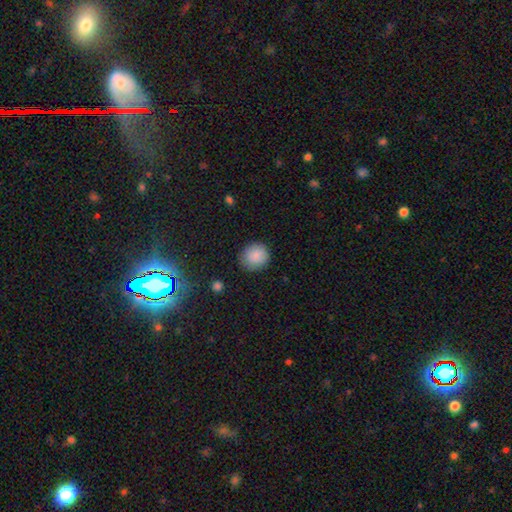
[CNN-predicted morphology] A smooth galaxy with no disk features (87%) that is round (87%).

Vote fractions:
- Smooth or featured? smooth: 87% / star or artifact: 8% / featured or disk: 5%
- How rounded? round: 87% / in between: 12% / cigar-shaped: 1%
- Merging? none: 86% / minor disturbance: 11% / major disturbance: 3% / merger: 1%